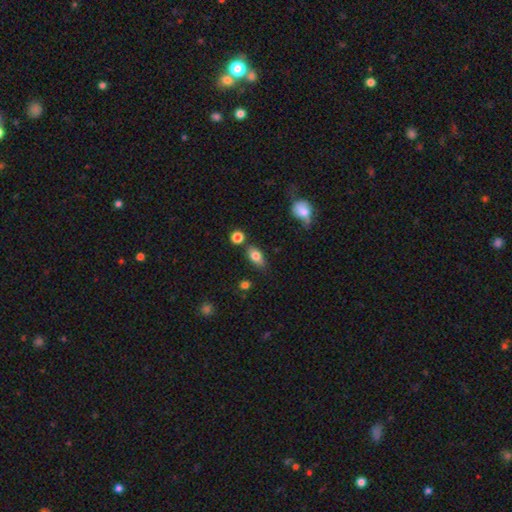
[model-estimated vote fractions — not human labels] Morphology: type=smooth (77%); roundness=in between (84%); merging=none (73%).